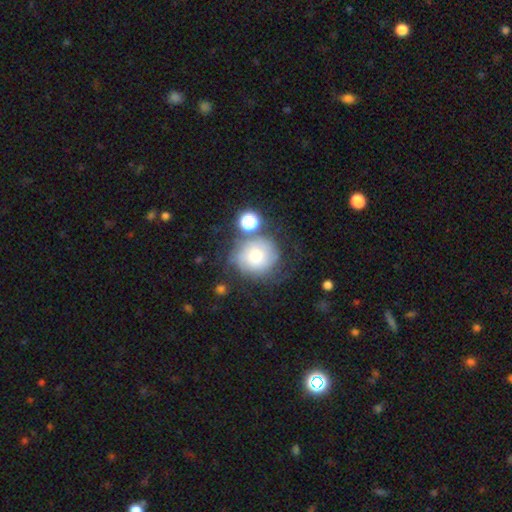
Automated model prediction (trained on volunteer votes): Smooth or featured: smooth — 52% (featured or disk — 36%)
How rounded: round — 87% (in between — 12%)
Merging: none — 55% (minor disturbance — 21%)